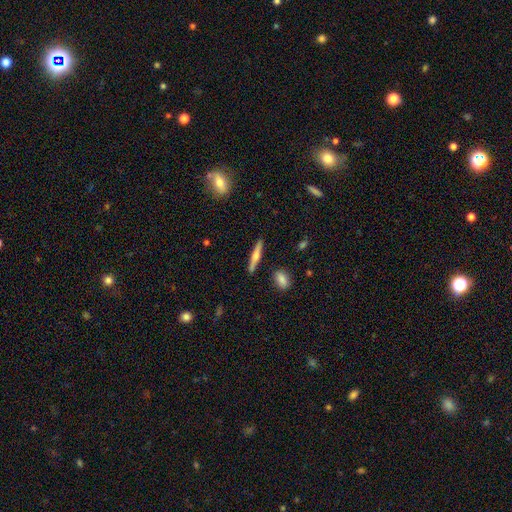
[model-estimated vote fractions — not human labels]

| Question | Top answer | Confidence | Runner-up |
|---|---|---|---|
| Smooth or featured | featured or disk | 55% | smooth (39%) |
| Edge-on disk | yes | 97% | no (3%) |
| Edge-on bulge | rounded | 87% | boxy (7%) |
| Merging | none | 88% | minor disturbance (8%) |